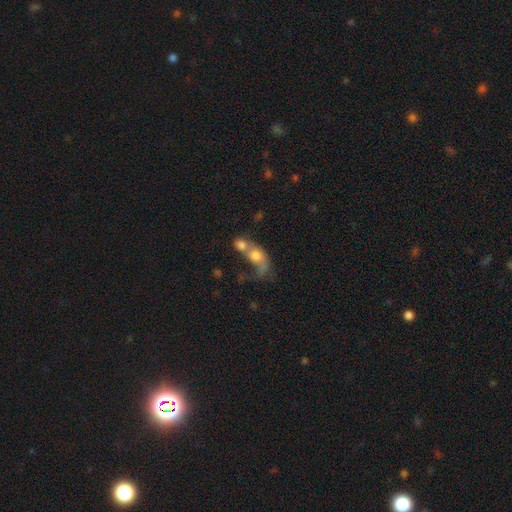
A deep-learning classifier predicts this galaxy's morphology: Q: Smooth or featured?
A: smooth (63%); runner-up: featured or disk (28%)
Q: How rounded?
A: in between (55%); runner-up: round (40%)
Q: Merging?
A: merger (70%); runner-up: major disturbance (12%)